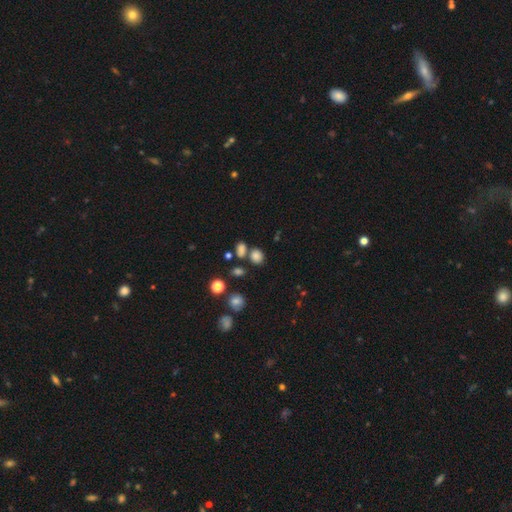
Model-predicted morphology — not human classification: smooth_or_featured: smooth (p=0.79) [alt: star or artifact p=0.16]
how_rounded: round (p=0.63) [alt: in between p=0.36]
merging: none (p=0.65) [alt: merger p=0.19]